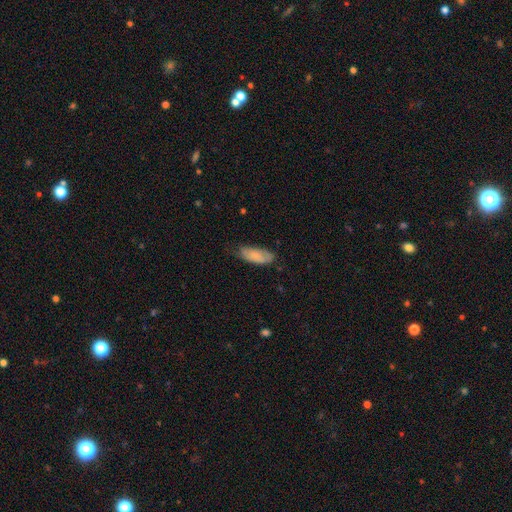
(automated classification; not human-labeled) Smooth or featured?
  - smooth: 78% *
  - featured or disk: 16%
  - star or artifact: 6%
How rounded?
  - in between: 82% *
  - cigar-shaped: 16%
  - round: 2%
Merging?
  - none: 58% *
  - minor disturbance: 33%
  - major disturbance: 8%
  - merger: 2%